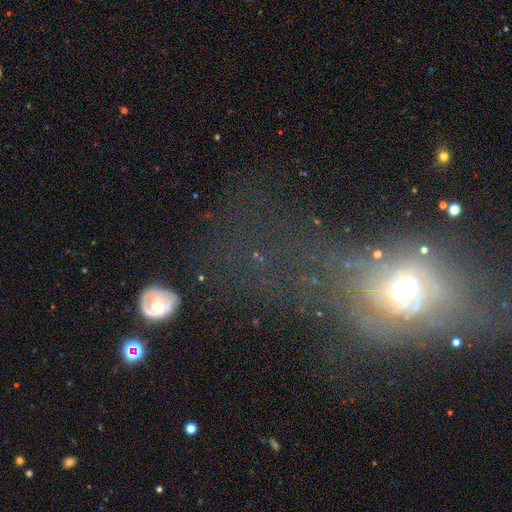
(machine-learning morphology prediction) Smooth or featured: smooth — 36% (star or artifact — 35%)
Merging: major disturbance — 42% (none — 34%)